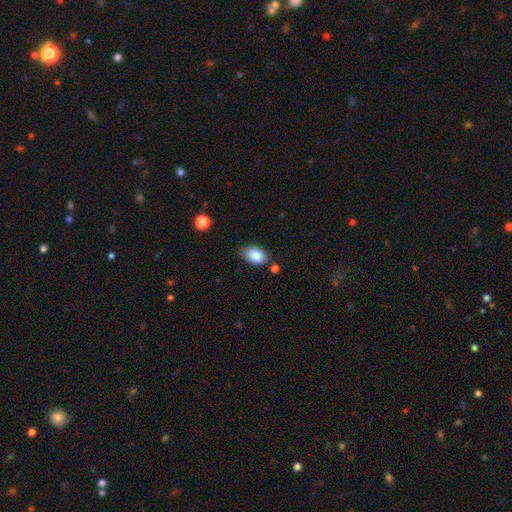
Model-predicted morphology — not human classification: The model was most divided on "merging": none: 66%, minor disturbance: 24%, merger: 5%, major disturbance: 5%. More confident: smooth or featured — smooth (86%); how rounded — in between (84%).